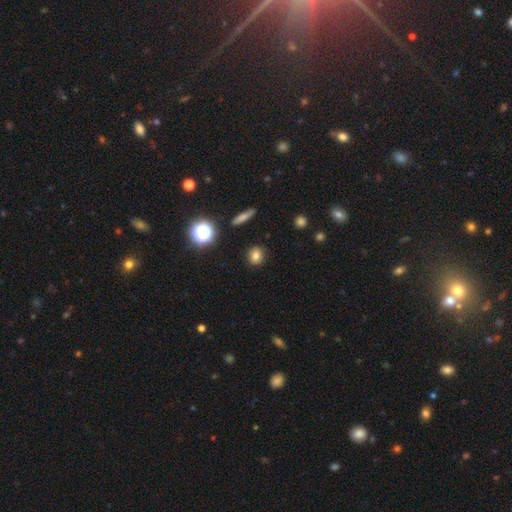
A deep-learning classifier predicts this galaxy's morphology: A smooth galaxy with no disk features (78%) that is round (82%).

Vote fractions:
- Smooth or featured? smooth: 78% / star or artifact: 14% / featured or disk: 8%
- How rounded? round: 82% / in between: 16% / cigar-shaped: 2%
- Merging? none: 90% / minor disturbance: 7% / major disturbance: 2% / merger: 1%